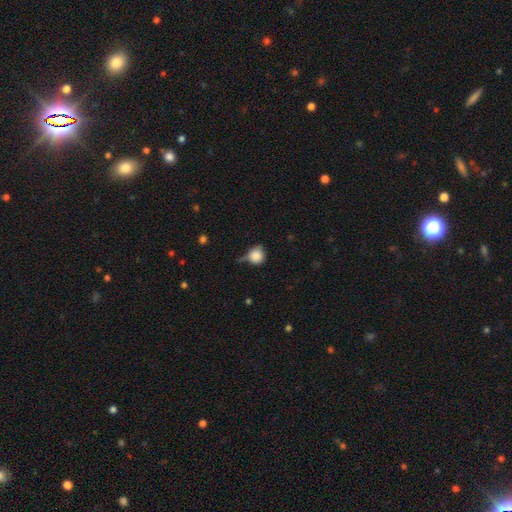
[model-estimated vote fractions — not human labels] The model was most divided on "merging": none: 48%, minor disturbance: 34%, major disturbance: 10%, merger: 8%. More confident: how rounded — round (88%); smooth or featured — smooth (84%).